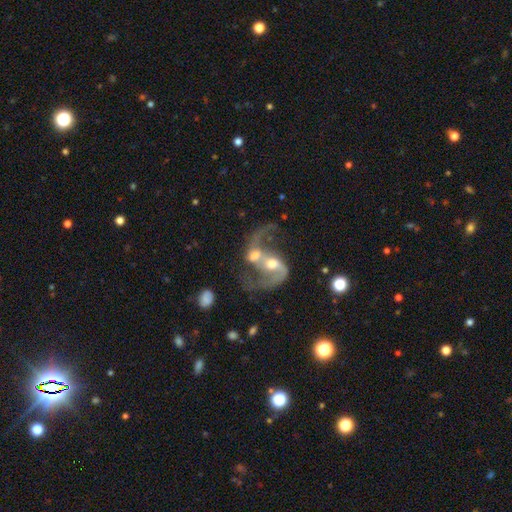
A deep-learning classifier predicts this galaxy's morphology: Q: Smooth or featured?
A: featured or disk (83%); runner-up: smooth (9%)
Q: Edge-on disk?
A: no (97%); runner-up: yes (3%)
Q: Bar?
A: no (46%); runner-up: weak (36%)
Q: Spiral arms?
A: yes (90%); runner-up: no (10%)
Q: Spiral winding?
A: loose (57%); runner-up: medium (34%)
Q: Spiral arm count?
A: 2 (75%); runner-up: 1 (15%)
Q: Bulge size?
A: moderate (55%); runner-up: small (32%)
Q: Merging?
A: merger (61%); runner-up: none (20%)